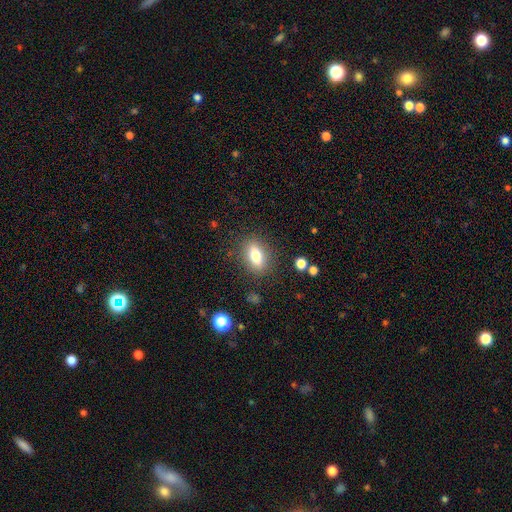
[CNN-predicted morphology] Overall: smooth (74%). How rounded: in between (76%). Merging: none (85%).